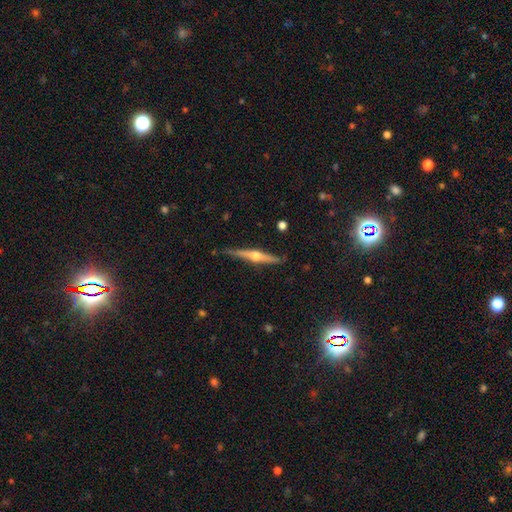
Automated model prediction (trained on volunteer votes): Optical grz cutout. It shows a featured or disk galaxy (75%) viewed edge-on (97%) with a rounded central bulge (95%). Merging: none (81%).